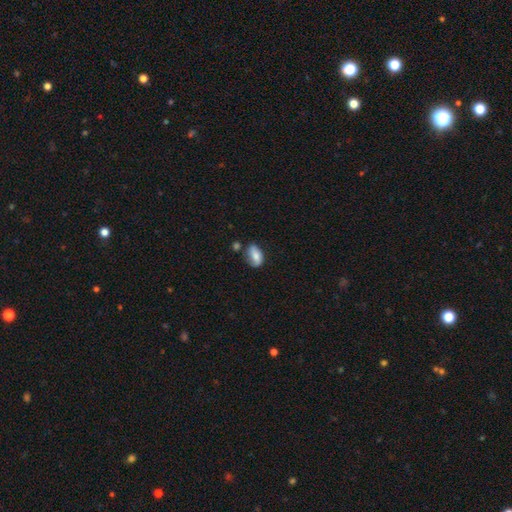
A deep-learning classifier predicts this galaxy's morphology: Overall: smooth (66%; featured or disk 26%). How rounded: in between (89%). Merging: none (53%; minor disturbance 29%).